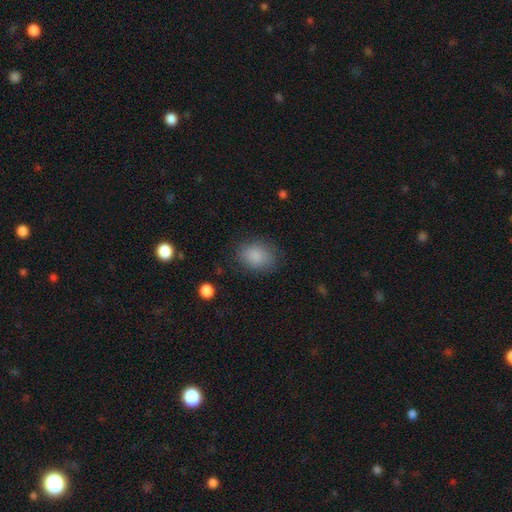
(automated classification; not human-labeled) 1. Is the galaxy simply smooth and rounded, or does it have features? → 85% smooth, 8% star or artifact, 6% featured or disk.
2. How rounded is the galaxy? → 63% in between, 35% round, 1% cigar-shaped.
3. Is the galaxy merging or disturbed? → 77% none, 16% minor disturbance, 5% major disturbance, 1% merger.